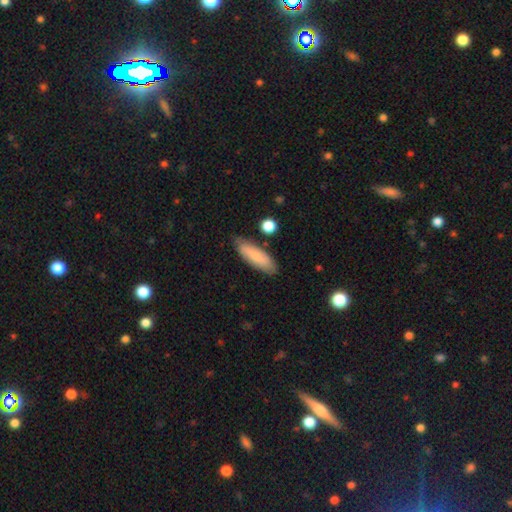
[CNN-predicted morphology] Q: Smooth or featured?
A: smooth (77%); runner-up: featured or disk (17%)
Q: How rounded?
A: in between (53%); runner-up: cigar-shaped (45%)
Q: Merging?
A: none (80%); runner-up: minor disturbance (14%)